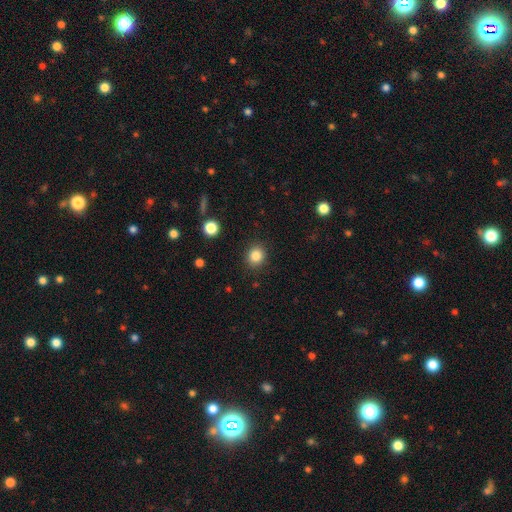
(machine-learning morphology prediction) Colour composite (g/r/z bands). It shows a smooth galaxy with no disk features (85%) that is round (79%). Merging: none (89%).